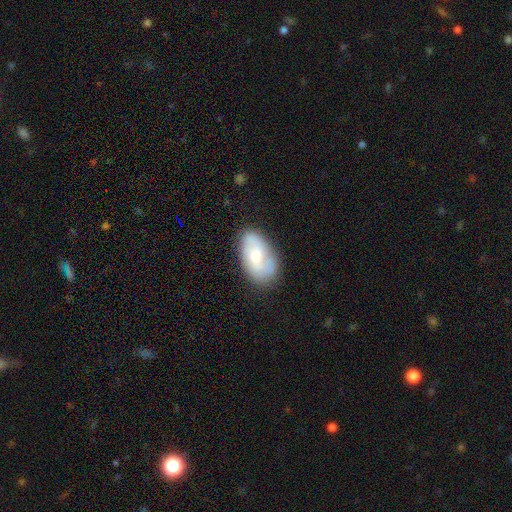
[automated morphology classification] Smooth or featured?
  - smooth: 48% *
  - featured or disk: 45%
  - star or artifact: 7%
Merging?
  - none: 70% *
  - minor disturbance: 21%
  - major disturbance: 6%
  - merger: 3%